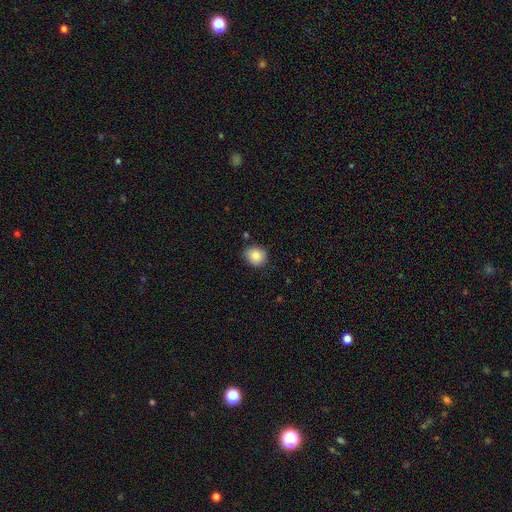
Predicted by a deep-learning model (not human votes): Overall: smooth (86%). How rounded: round (76%). Merging: none (79%).